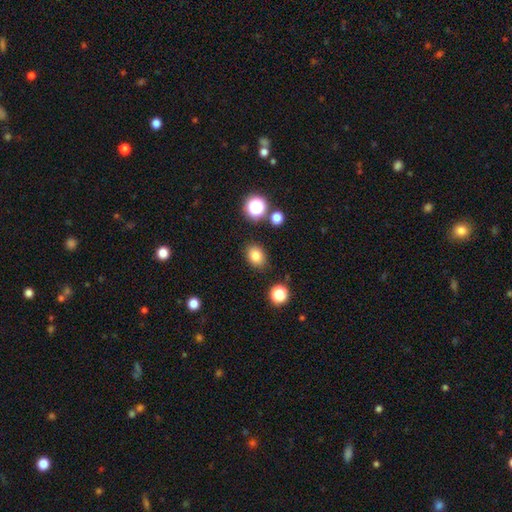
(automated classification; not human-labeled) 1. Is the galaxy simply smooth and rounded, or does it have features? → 80% smooth, 13% star or artifact, 7% featured or disk.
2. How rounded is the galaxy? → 57% in between, 42% round, 1% cigar-shaped.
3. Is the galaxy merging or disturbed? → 85% none, 10% minor disturbance, 3% major disturbance, 3% merger.